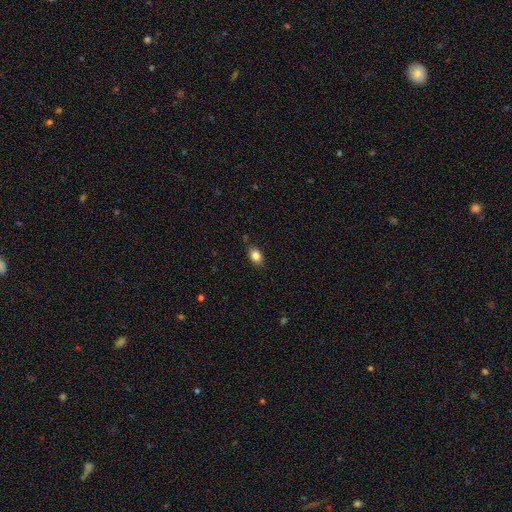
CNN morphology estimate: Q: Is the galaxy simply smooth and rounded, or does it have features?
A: smooth — 83%.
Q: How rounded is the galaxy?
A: in between — 77%.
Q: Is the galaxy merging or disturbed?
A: none — 82%.